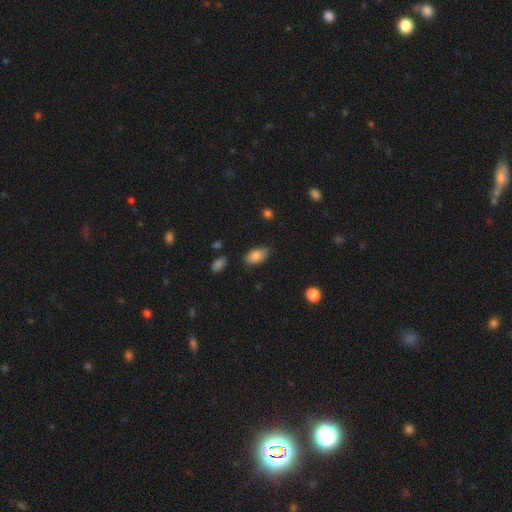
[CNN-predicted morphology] The model was most divided on "merging": none: 76%, minor disturbance: 19%, major disturbance: 3%, merger: 2%. More confident: how rounded — in between (92%); smooth or featured — smooth (84%).